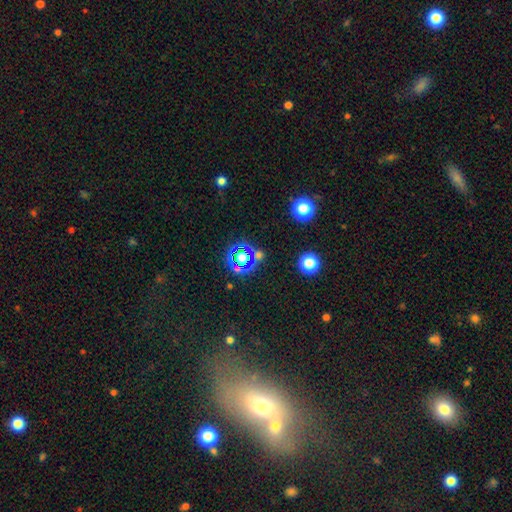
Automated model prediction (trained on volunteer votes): Smooth or featured? star or artifact (69%)